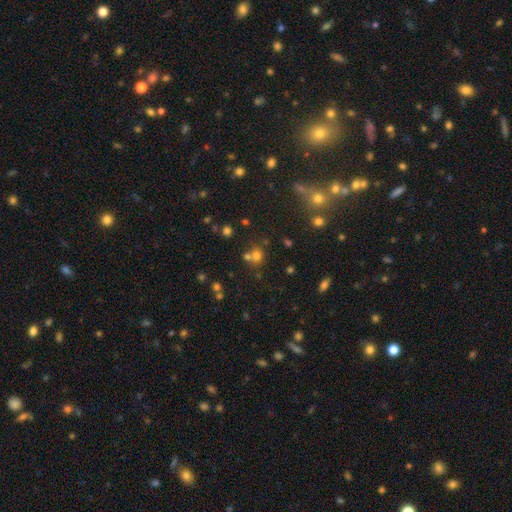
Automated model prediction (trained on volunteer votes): A smooth galaxy with no disk features (64%) that is round (83%). Merging: none (53%).